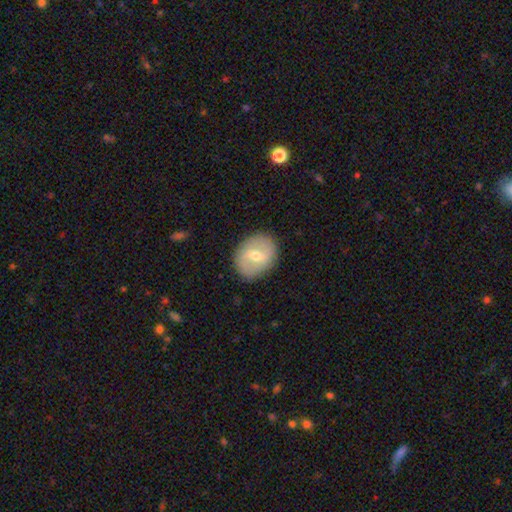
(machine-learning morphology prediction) Smooth or featured: smooth — 49% (featured or disk — 44%)
Merging: none — 86% (minor disturbance — 10%)